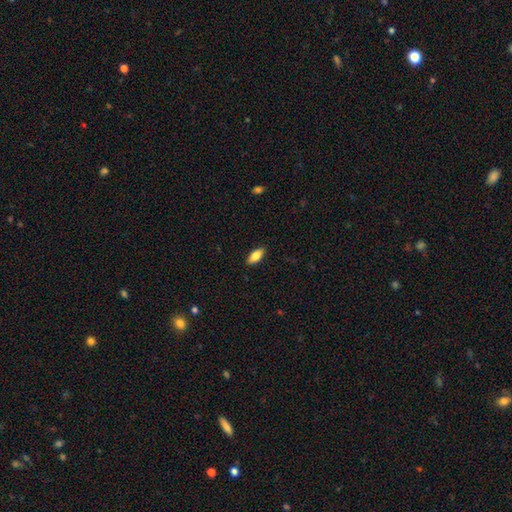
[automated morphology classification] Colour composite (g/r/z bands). It shows a smooth galaxy with no disk features (81%) that is in between round and cigar-shaped (84%). Merging: none (89%).